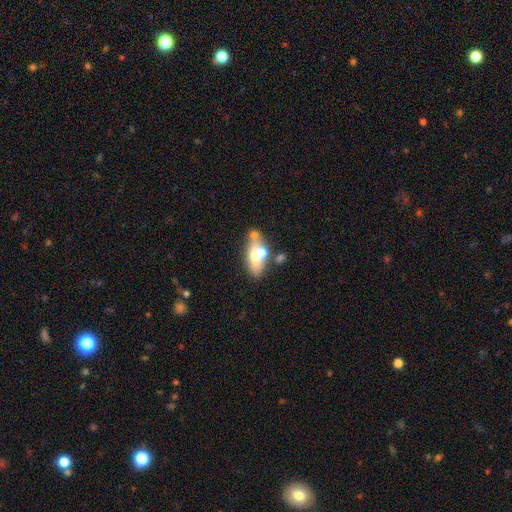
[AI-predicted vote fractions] Morphology: type=smooth (54%); roundness=in between (77%); merging=none (46%).